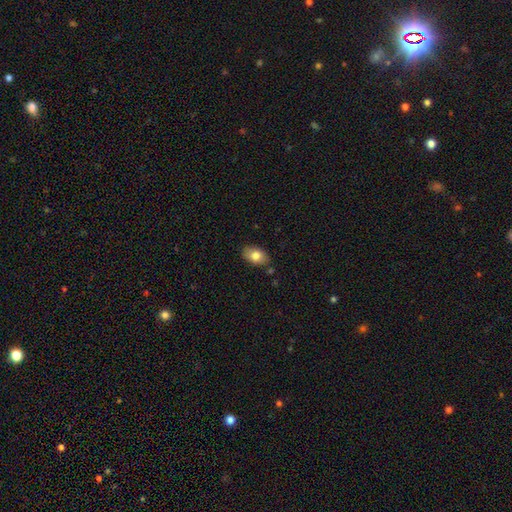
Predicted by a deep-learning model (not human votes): This is likely a smooth galaxy (80%). How rounded: clearly in between (89%). Merging: clearly none (81%).